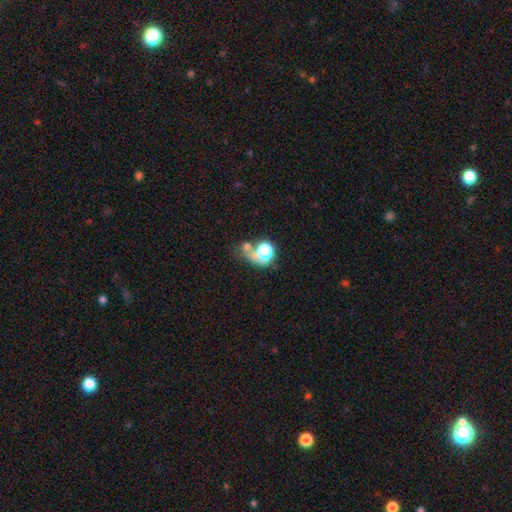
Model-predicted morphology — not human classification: Q: Smooth or featured?
A: smooth (53%); runner-up: star or artifact (28%)
Q: How rounded?
A: round (66%); runner-up: in between (32%)
Q: Merging?
A: none (34%); tied with: merger (34%)